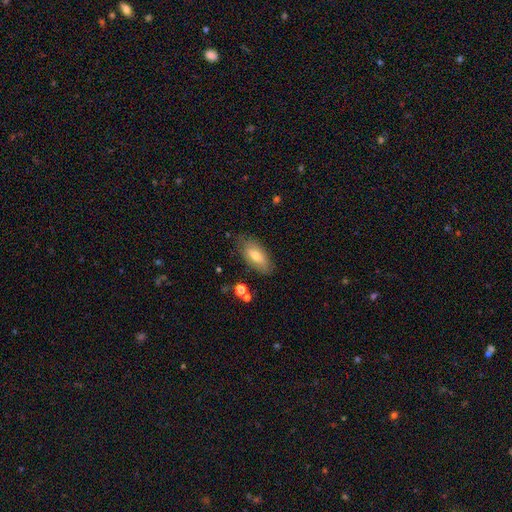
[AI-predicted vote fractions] smooth_or_featured: smooth (p=0.67) [alt: featured or disk p=0.25]
how_rounded: in between (p=0.84) [alt: cigar-shaped p=0.13]
merging: none (p=0.78) [alt: minor disturbance p=0.16]